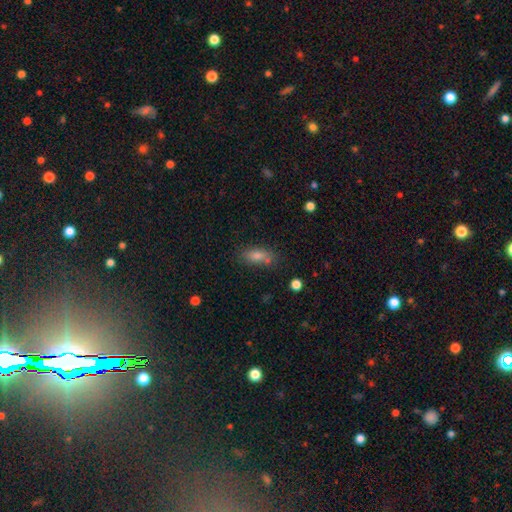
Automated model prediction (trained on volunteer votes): A smooth galaxy with no disk features (61%) that is in between round and cigar-shaped (72%). Merging: none (74%).